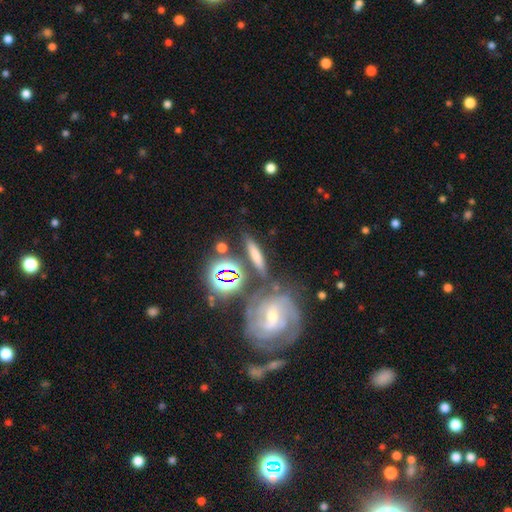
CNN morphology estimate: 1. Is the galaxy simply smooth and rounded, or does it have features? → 59% smooth, 24% featured or disk, 17% star or artifact.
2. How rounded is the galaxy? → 64% cigar-shaped, 24% in between, 12% round.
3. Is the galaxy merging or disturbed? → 68% none, 14% merger, 13% minor disturbance, 5% major disturbance.